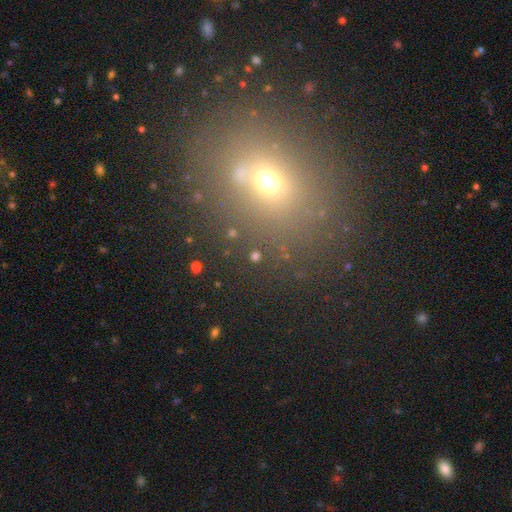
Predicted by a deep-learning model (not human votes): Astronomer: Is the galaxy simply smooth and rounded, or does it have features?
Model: smooth — 48% (runner-up: star or artifact, 38%).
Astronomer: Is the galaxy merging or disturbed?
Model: none — 77%.